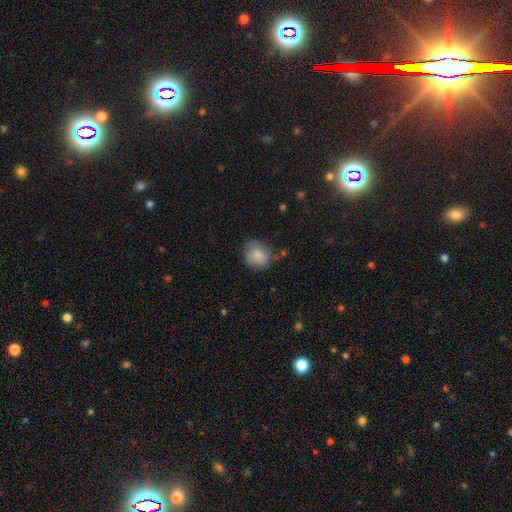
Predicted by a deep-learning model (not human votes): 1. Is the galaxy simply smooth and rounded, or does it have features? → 84% smooth, 9% featured or disk, 7% star or artifact.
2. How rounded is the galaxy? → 76% round, 23% in between, 1% cigar-shaped.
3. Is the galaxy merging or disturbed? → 66% none, 25% minor disturbance, 7% major disturbance, 3% merger.